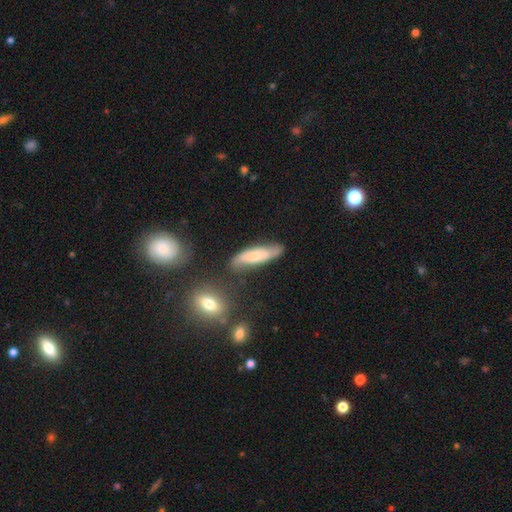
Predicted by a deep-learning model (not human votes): This appears to be a featured or disk galaxy (47%). Merging: none (69%).